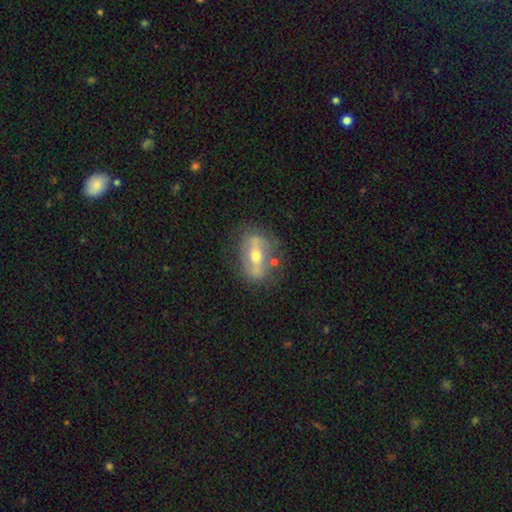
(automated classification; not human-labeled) A featured or disk galaxy (68%) with a strong bar (62%), no spiral arms (61%) and a moderate central bulge (68%).

Vote fractions:
- Smooth or featured? featured or disk: 68% / smooth: 23% / star or artifact: 8%
- Edge-on disk? no: 75% / yes: 25%
- Bar? strong: 62% / weak: 21% / no: 17%
- Spiral arms? no: 61% / yes: 39%
- Bulge size? moderate: 68% / small: 26% / large: 4% / none: 1% / dominant: 1%
- Merging? none: 72% / minor disturbance: 17% / major disturbance: 7% / merger: 4%